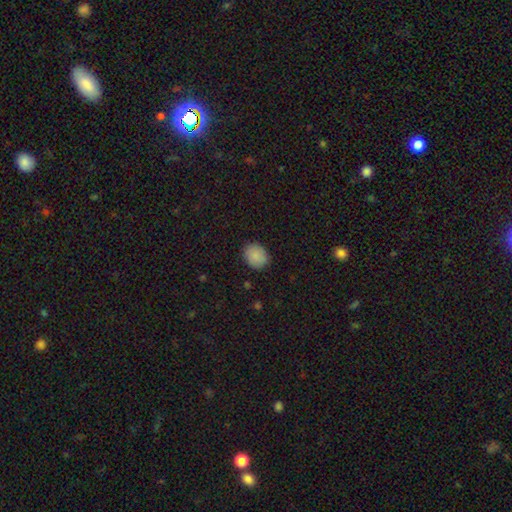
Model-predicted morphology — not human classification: Smooth or featured? smooth (88%)
How rounded? round (61%)
Merging? none (87%)